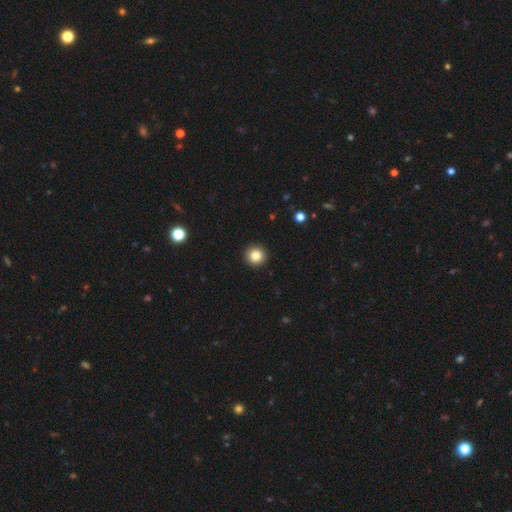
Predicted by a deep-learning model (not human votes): This appears to be a smooth galaxy with no disk features (83%) that is round (95%). Merging: none (93%).